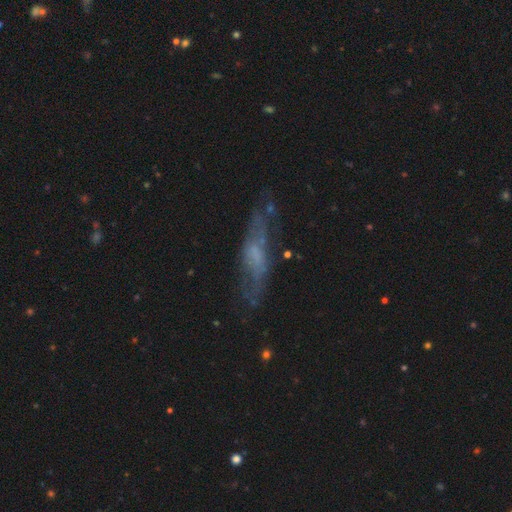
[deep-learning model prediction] This appears to be a featured or disk galaxy (58%). Merging: none (58%).